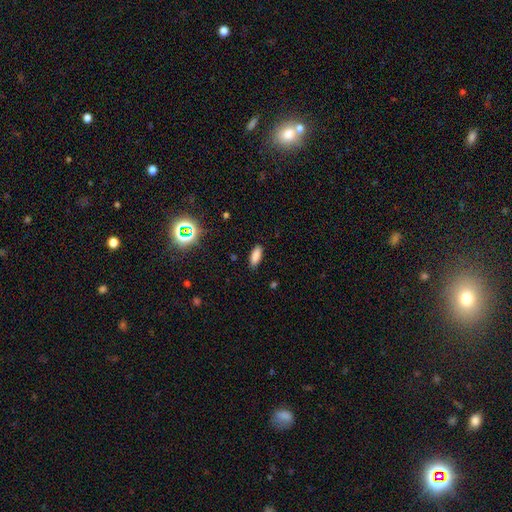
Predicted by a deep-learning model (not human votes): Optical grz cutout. It shows a smooth galaxy with no disk features (83%) that is in between round and cigar-shaped (77%). Merging: none (87%).